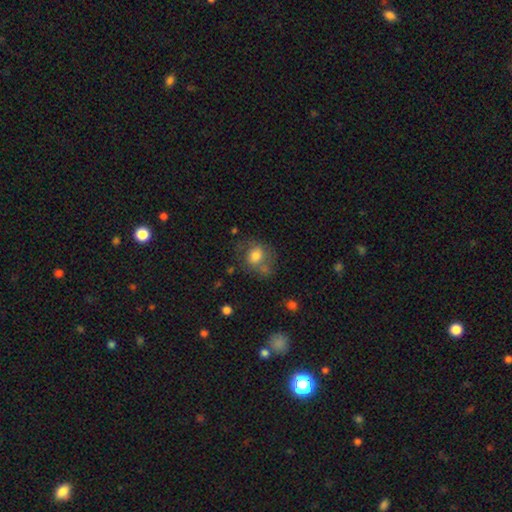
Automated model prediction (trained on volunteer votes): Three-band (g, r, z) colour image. It shows a smooth galaxy with no disk features (69%) that is round (59%). Merging: none (50%).